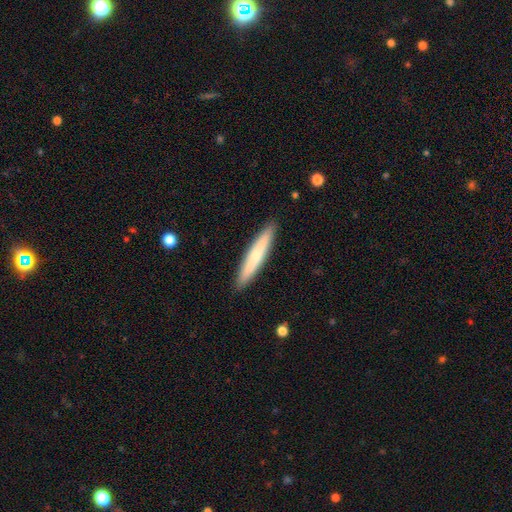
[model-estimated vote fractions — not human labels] Q: Smooth or featured?
A: smooth (61%); runner-up: featured or disk (34%)
Q: How rounded?
A: cigar-shaped (93%); runner-up: in between (6%)
Q: Merging?
A: none (91%); runner-up: minor disturbance (7%)